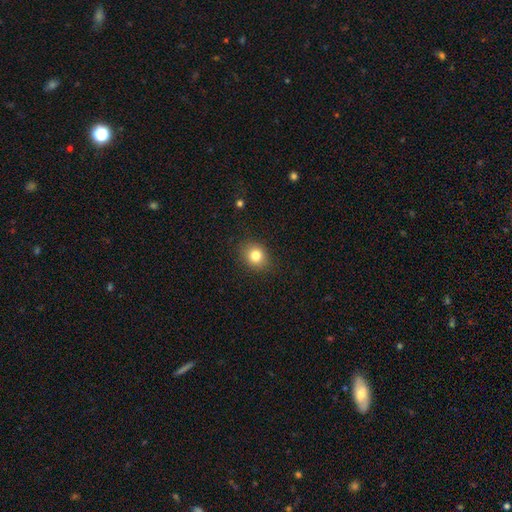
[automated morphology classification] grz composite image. It shows a smooth galaxy with no disk features (81%) that is round (64%). Merging: none (87%).